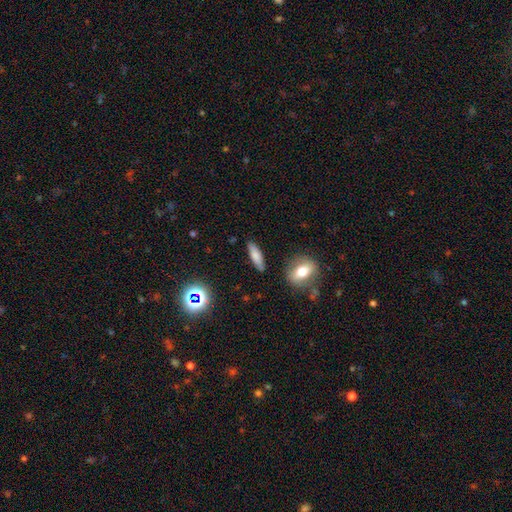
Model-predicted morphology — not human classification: Smooth or featured? smooth (72%)
How rounded? cigar-shaped (62%)
Merging? none (85%)